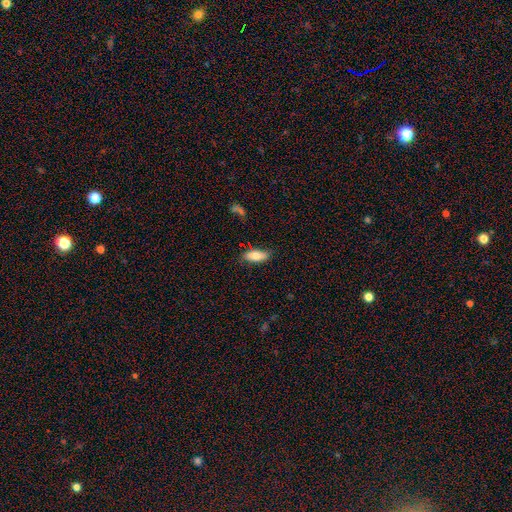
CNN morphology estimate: This is likely a smooth galaxy (76%). How rounded: likely in between (75%). Merging: likely none (78%).